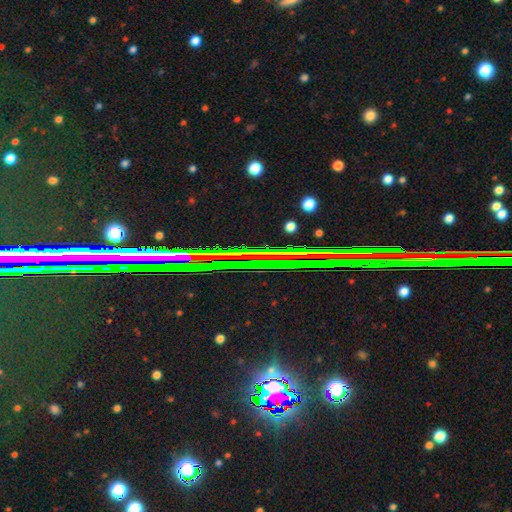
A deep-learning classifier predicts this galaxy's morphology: star or artifact 78%, featured or disk 14%, smooth 8%.